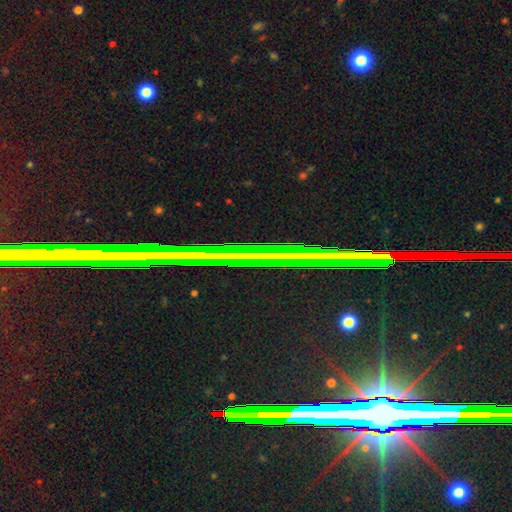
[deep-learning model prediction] Smooth or featured?
  - star or artifact: 79% *
  - featured or disk: 14%
  - smooth: 7%